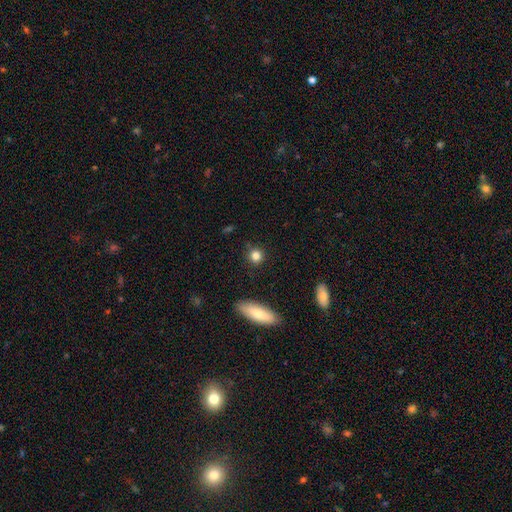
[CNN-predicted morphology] This is clearly a smooth galaxy (82%). How rounded: clearly round (87%). Merging: clearly none (88%).